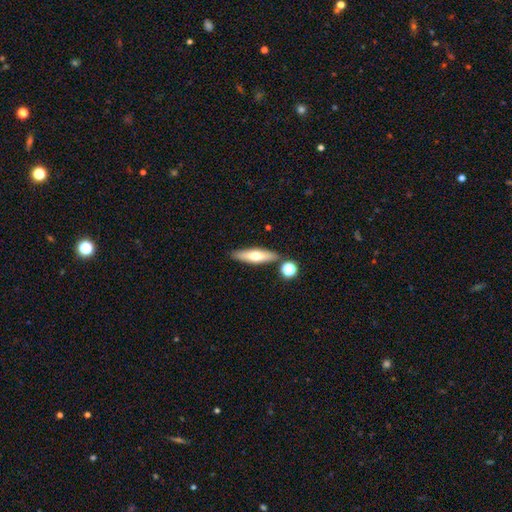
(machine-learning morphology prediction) A smooth galaxy with no disk features (56%) that is cigar-shaped (67%). Merging: none (82%).